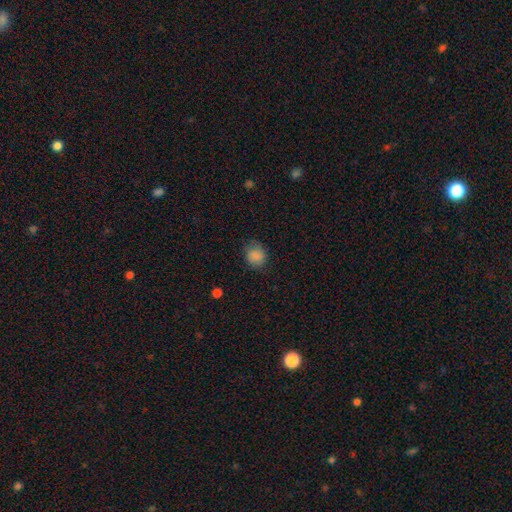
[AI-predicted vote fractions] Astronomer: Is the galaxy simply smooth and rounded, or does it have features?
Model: smooth — 85%.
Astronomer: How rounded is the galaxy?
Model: round — 70%.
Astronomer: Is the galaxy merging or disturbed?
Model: none — 74%.